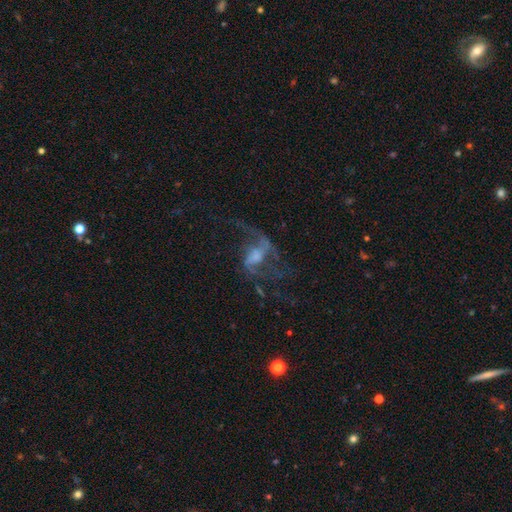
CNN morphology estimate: Overall: featured or disk (77%). Edge-on disk: no (96%). Bar: weak (44%; no 39%). Spiral arms: yes (82%). Spiral arm count: 2 (65%). Spiral winding: loose (74%). Bulge size: moderate (34%; small 33%). Merging: none (43%; major disturbance 40%).